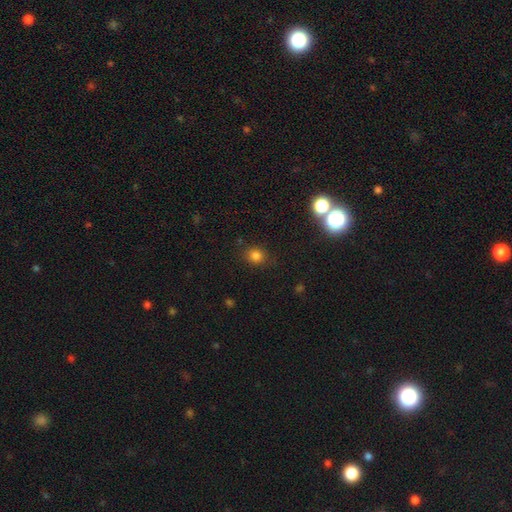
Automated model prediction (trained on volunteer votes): Q: Smooth or featured?
A: smooth (79%); runner-up: star or artifact (16%)
Q: How rounded?
A: round (76%); runner-up: in between (23%)
Q: Merging?
A: none (84%); runner-up: minor disturbance (11%)